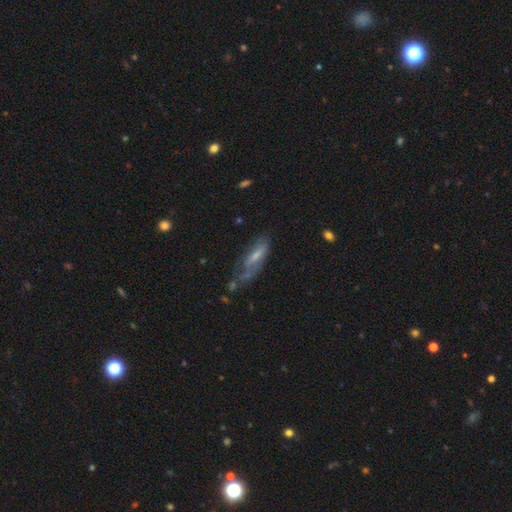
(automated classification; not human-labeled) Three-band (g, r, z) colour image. It shows a featured or disk galaxy (53%). Merging: none (37%).